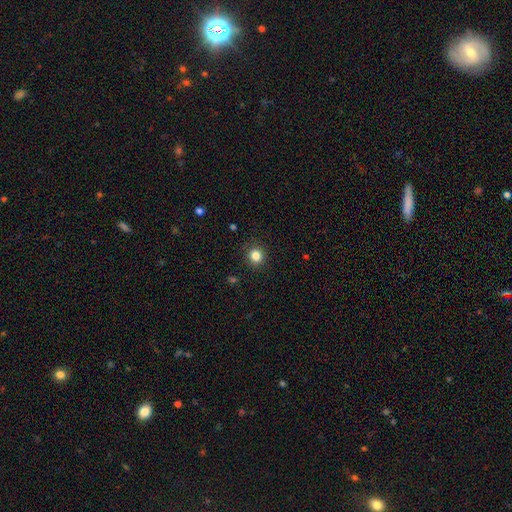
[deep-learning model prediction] smooth 83%, star or artifact 12%, featured or disk 5%. Down the decision tree: how rounded — round (88%); merging — none (89%).